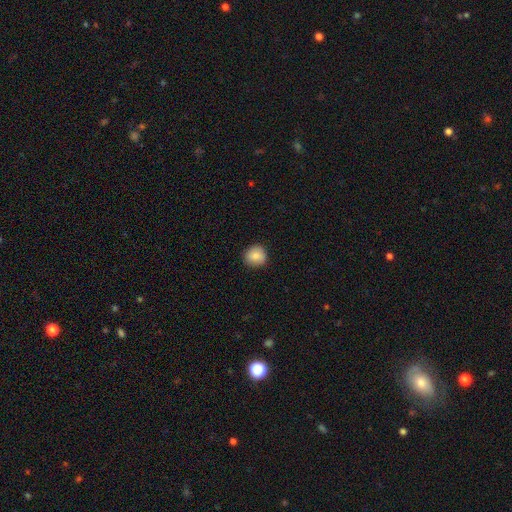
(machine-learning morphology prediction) Smooth or featured: smooth — 86% (star or artifact — 8%)
How rounded: round — 89% (in between — 10%)
Merging: none — 88% (minor disturbance — 9%)